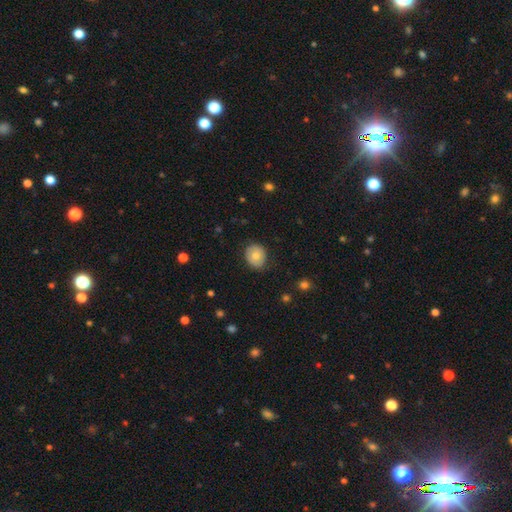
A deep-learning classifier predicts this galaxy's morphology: This is likely a smooth galaxy (74%). How rounded: likely round (66%). Merging: likely none (79%).